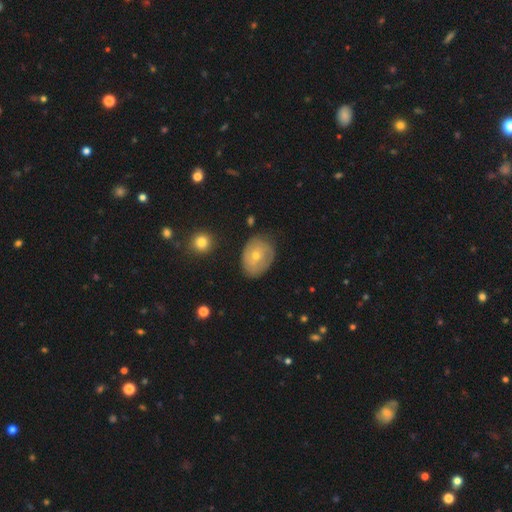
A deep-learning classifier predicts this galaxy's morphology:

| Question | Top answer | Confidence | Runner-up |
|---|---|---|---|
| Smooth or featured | featured or disk | 48% | smooth (42%) |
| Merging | none | 73% | minor disturbance (20%) |